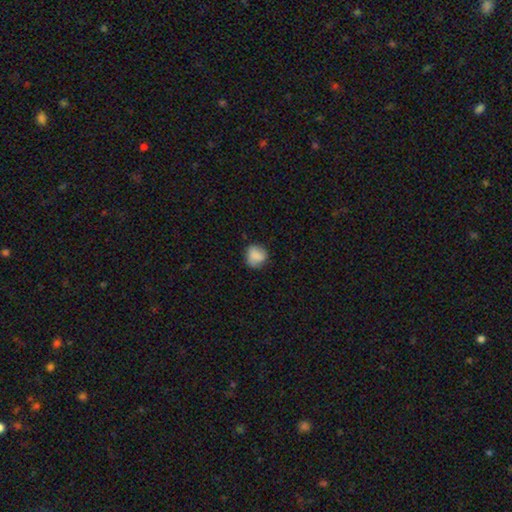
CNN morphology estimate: smooth-or-featured: smooth: 82% | featured or disk: 10% | star or artifact: 8%
  how-rounded: round: 77% | in between: 22% | cigar-shaped: 1%
  merging: none: 68% | minor disturbance: 24% | major disturbance: 7% | merger: 2%